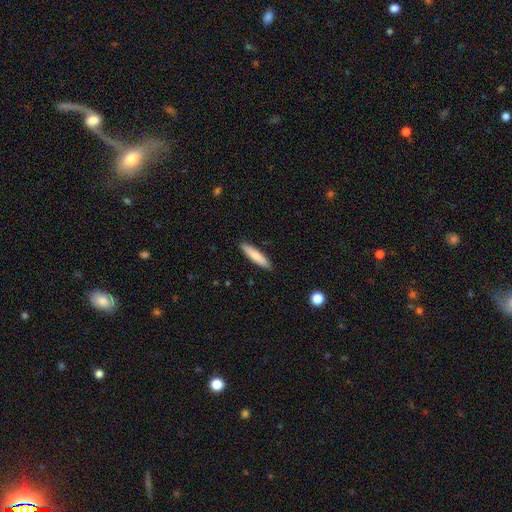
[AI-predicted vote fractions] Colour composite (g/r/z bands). It shows a smooth galaxy with no disk features (80%) that is cigar-shaped (85%). Merging: none (90%).